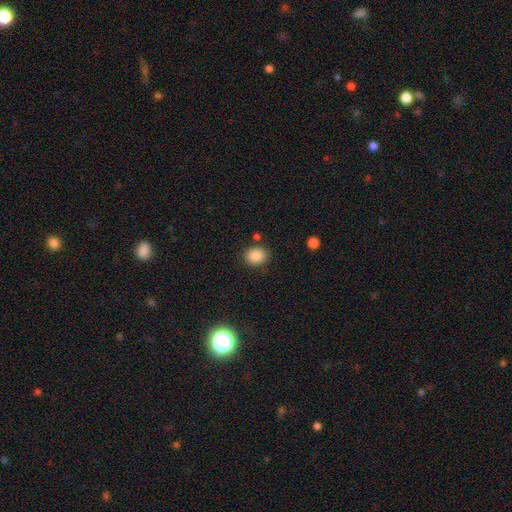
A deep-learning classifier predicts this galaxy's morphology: Q: Smooth or featured?
A: smooth (86%); runner-up: star or artifact (9%)
Q: How rounded?
A: round (57%); runner-up: in between (42%)
Q: Merging?
A: none (82%); runner-up: minor disturbance (11%)